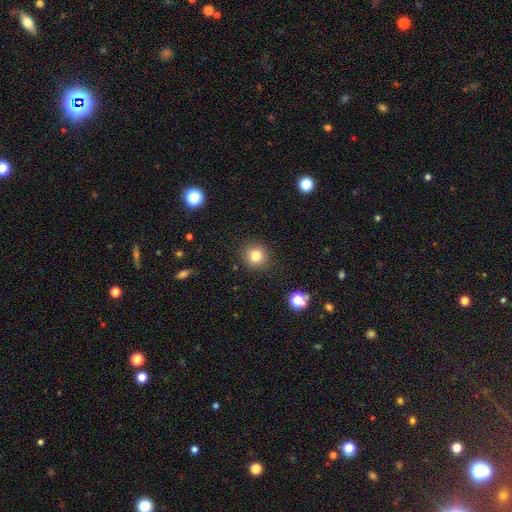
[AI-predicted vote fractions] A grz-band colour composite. It shows a smooth galaxy with no disk features (82%) that is round (91%). Merging: none (89%).